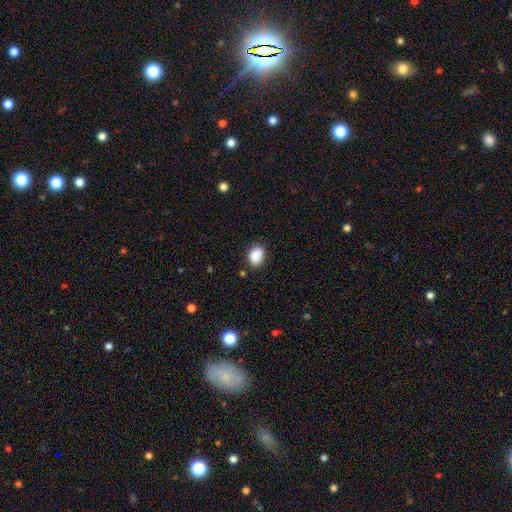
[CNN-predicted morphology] smooth_or_featured: smooth (p=0.87) [alt: star or artifact p=0.08]
how_rounded: in between (p=0.69) [alt: round p=0.29]
merging: none (p=0.77) [alt: minor disturbance p=0.16]